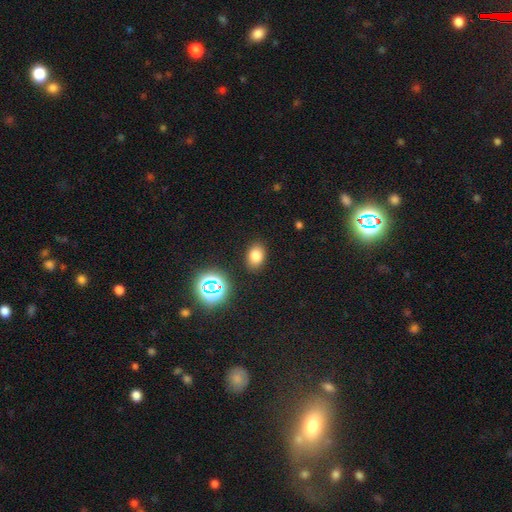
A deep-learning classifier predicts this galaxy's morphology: Q: Smooth or featured?
A: smooth (76%); runner-up: star or artifact (16%)
Q: How rounded?
A: in between (75%); runner-up: round (23%)
Q: Merging?
A: none (86%); runner-up: minor disturbance (9%)